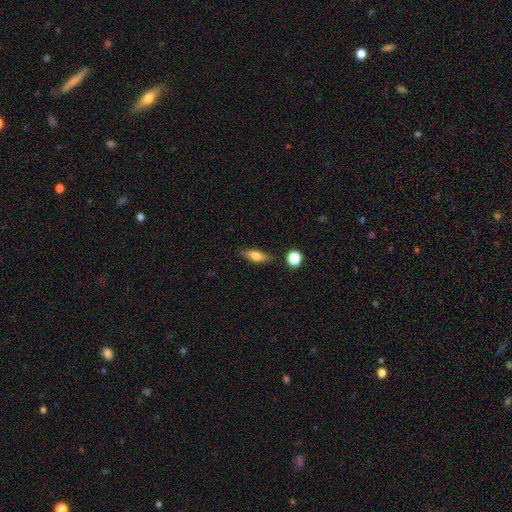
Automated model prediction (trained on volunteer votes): Smooth or featured: smooth — 69% (featured or disk — 23%)
How rounded: in between — 64% (cigar-shaped — 31%)
Merging: none — 82% (minor disturbance — 12%)